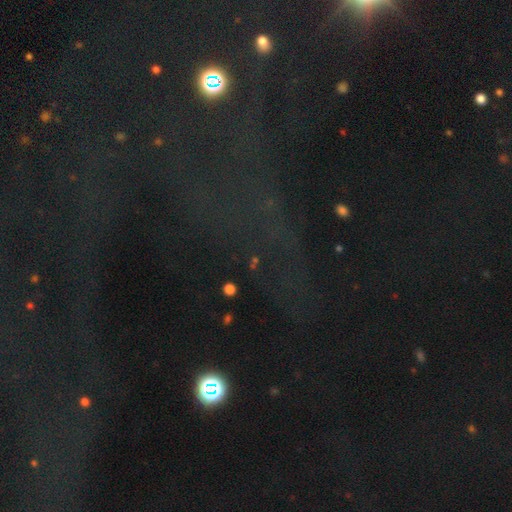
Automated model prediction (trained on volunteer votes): Morphology: type=star or artifact (77%).